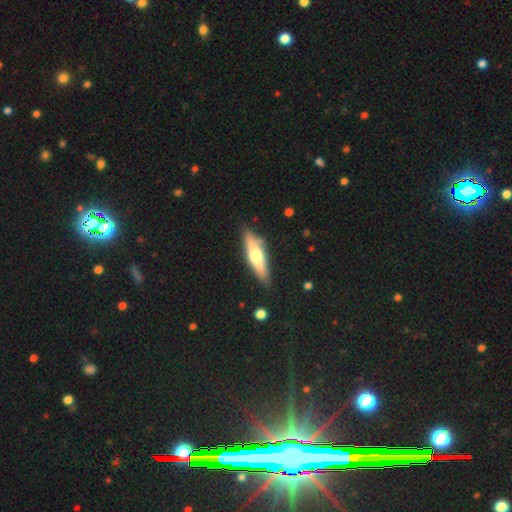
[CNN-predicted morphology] Smooth or featured? smooth (48%)
Merging? none (82%)